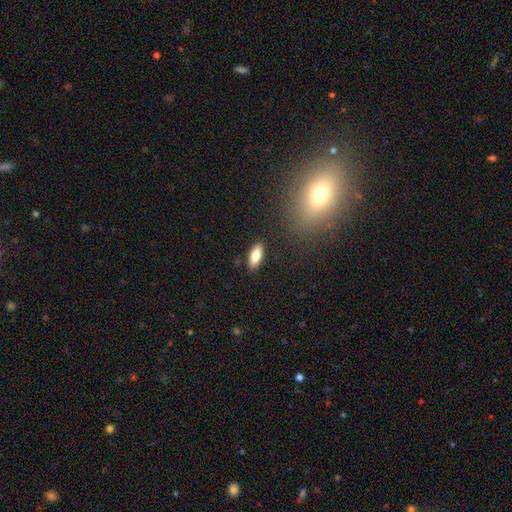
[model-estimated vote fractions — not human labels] Smooth or featured? Predicted: smooth (p=0.77). How rounded? Predicted: in between (p=0.79). Merging? Predicted: none (p=0.89).